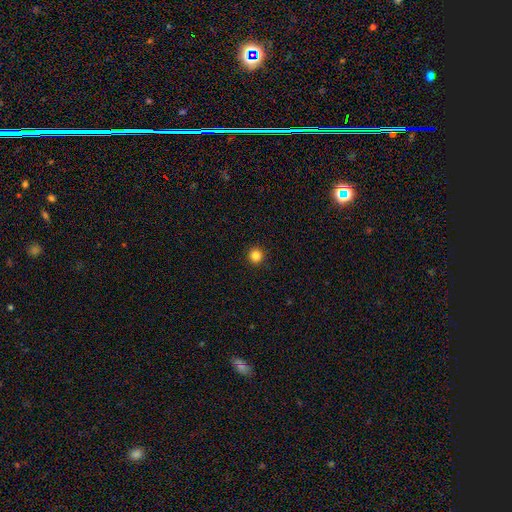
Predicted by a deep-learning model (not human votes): This appears to be a smooth galaxy with no disk features (84%) that is round (95%). Merging: none (93%).